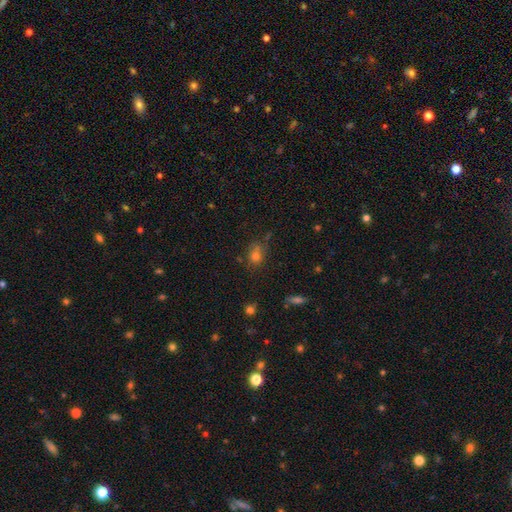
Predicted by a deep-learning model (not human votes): smooth_or_featured: smooth (p=0.70) [alt: star or artifact p=0.19]
how_rounded: in between (p=0.50) [alt: round p=0.48]
merging: none (p=0.58) [alt: minor disturbance p=0.23]